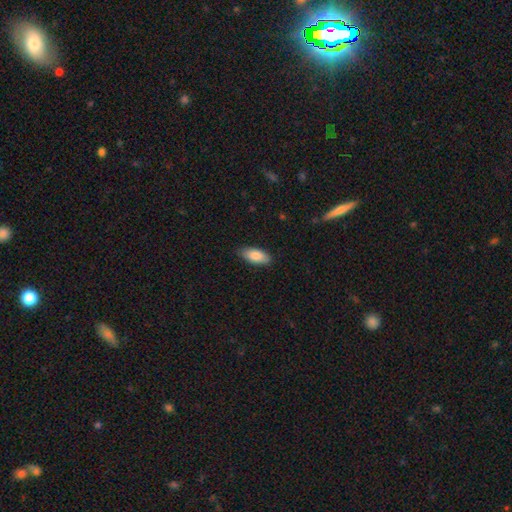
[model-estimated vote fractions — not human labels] A smooth galaxy with no disk features (86%) that is in between round and cigar-shaped (88%). Merging: none (85%).